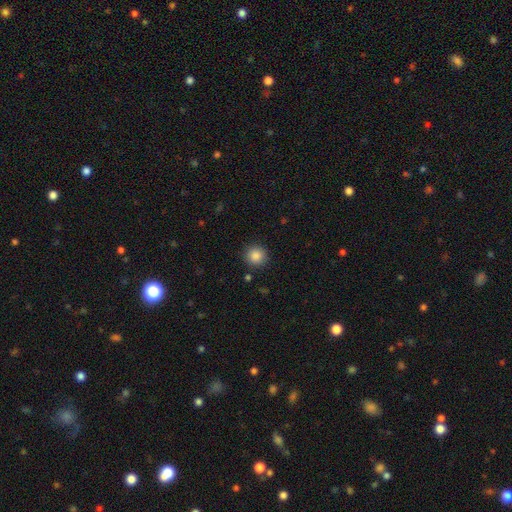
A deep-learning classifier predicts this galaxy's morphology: A smooth galaxy with no disk features (86%) that is round (94%).

Vote fractions:
- Smooth or featured? smooth: 86% / star or artifact: 10% / featured or disk: 4%
- How rounded? round: 94% / in between: 5% / cigar-shaped: 1%
- Merging? none: 91% / minor disturbance: 6% / major disturbance: 2% / merger: 1%